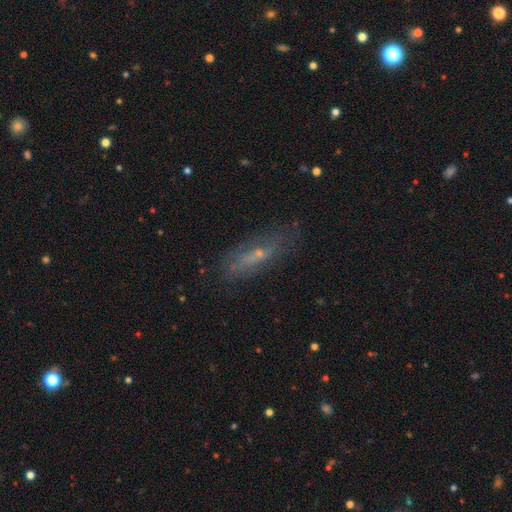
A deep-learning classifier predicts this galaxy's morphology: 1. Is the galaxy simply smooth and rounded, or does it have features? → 51% featured or disk, 39% smooth, 11% star or artifact.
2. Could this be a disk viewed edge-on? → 59% no, 41% yes.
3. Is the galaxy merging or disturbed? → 70% none, 20% minor disturbance, 8% major disturbance, 2% merger.